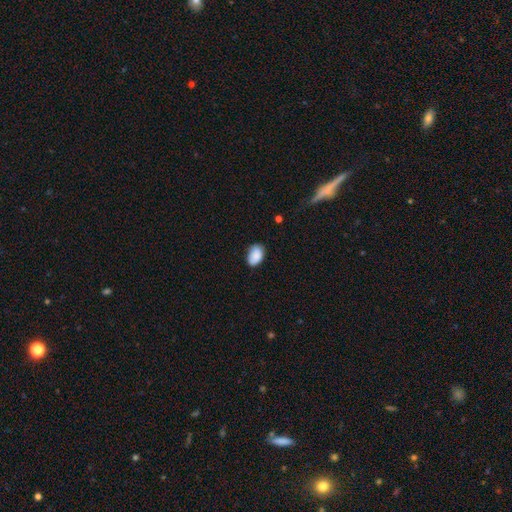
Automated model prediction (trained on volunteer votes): A smooth galaxy with no disk features (87%) that is in between round and cigar-shaped (88%).

Vote fractions:
- Smooth or featured? smooth: 87% / star or artifact: 7% / featured or disk: 5%
- How rounded? in between: 88% / round: 11% / cigar-shaped: 1%
- Merging? none: 72% / minor disturbance: 23% / major disturbance: 4% / merger: 2%